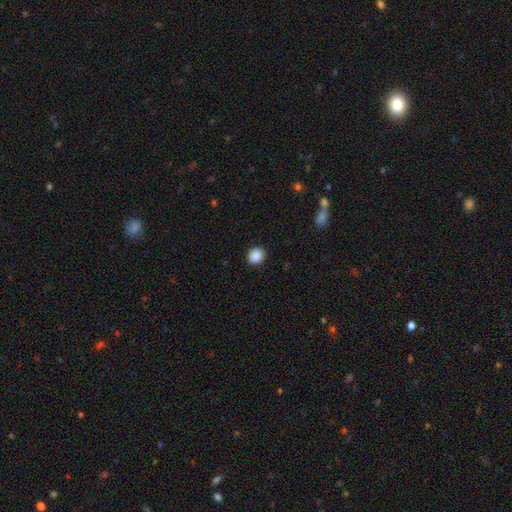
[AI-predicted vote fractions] Smooth or featured?
  - smooth: 89% *
  - star or artifact: 9%
  - featured or disk: 2%
How rounded?
  - round: 85% *
  - in between: 14%
  - cigar-shaped: 1%
Merging?
  - none: 92% *
  - minor disturbance: 5%
  - major disturbance: 2%
  - merger: 1%